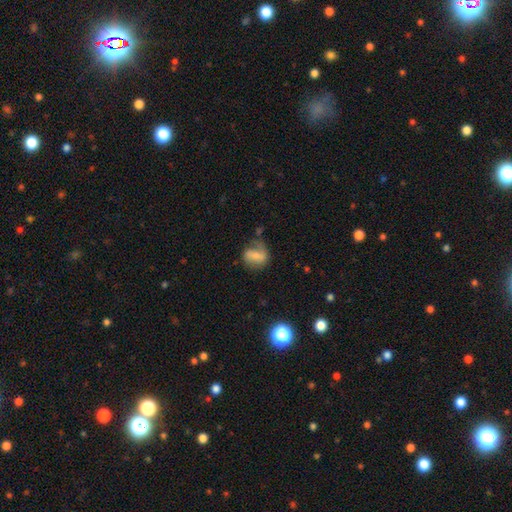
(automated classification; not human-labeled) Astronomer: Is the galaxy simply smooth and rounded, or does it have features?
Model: smooth — 53% (runner-up: featured or disk, 37%).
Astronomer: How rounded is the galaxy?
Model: in between — 53% (runner-up: round, 43%).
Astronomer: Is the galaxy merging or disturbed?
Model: none — 48% (runner-up: minor disturbance, 27%).